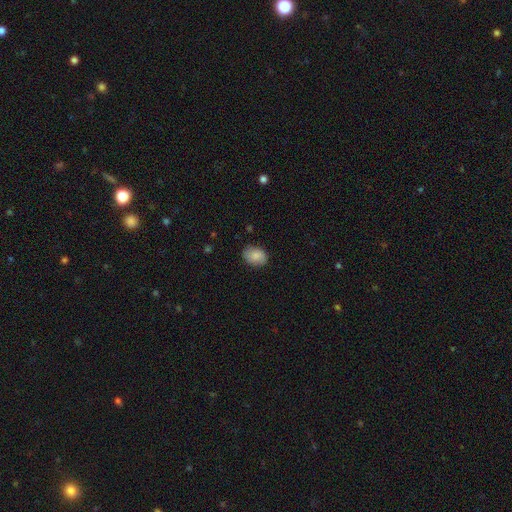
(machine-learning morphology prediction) smooth 80%, featured or disk 13%, star or artifact 7%. Down the decision tree: how rounded — in between (69%); merging — none (82%).